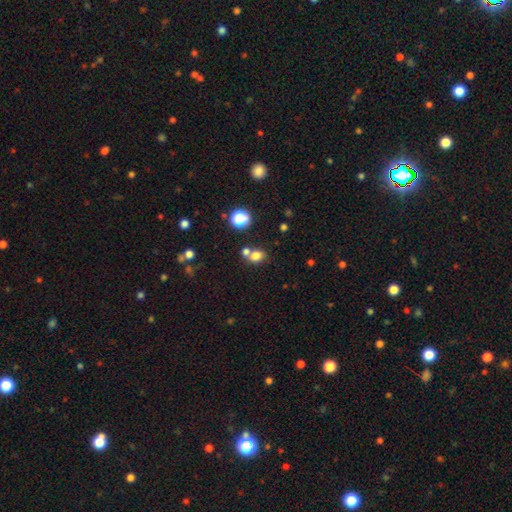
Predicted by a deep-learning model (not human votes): Morphology: type=smooth (76%); roundness=round (56%); merging=none (53%).